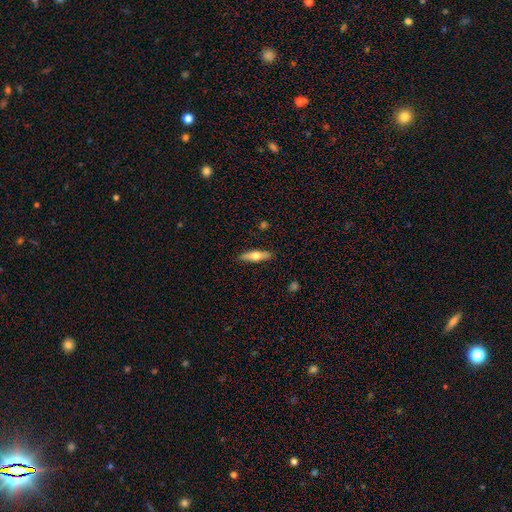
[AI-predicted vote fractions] Overall: smooth (54%; featured or disk 40%). How rounded: cigar-shaped (60%; in between 37%). Merging: none (88%).